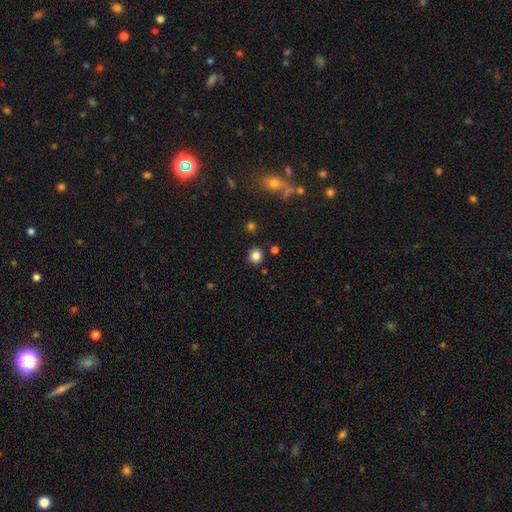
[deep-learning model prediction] smooth 83%, star or artifact 12%, featured or disk 5%. Down the decision tree: how rounded — round (90%); merging — none (87%).